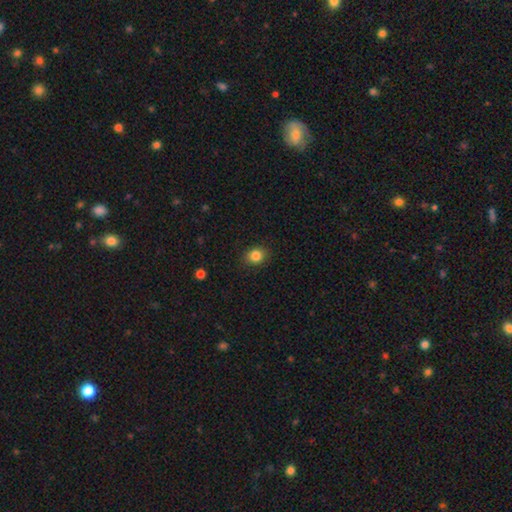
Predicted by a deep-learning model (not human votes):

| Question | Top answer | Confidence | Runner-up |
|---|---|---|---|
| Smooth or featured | smooth | 85% | star or artifact (11%) |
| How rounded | round | 66% | in between (33%) |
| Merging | none | 87% | minor disturbance (10%) |